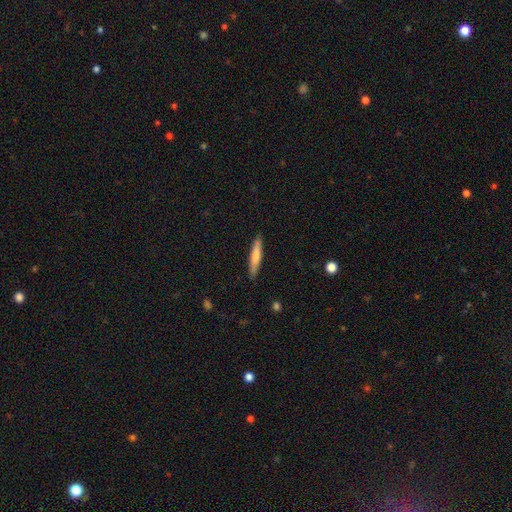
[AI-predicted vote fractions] smooth_or_featured: smooth (p=0.67) [alt: featured or disk p=0.27]
how_rounded: cigar-shaped (p=0.92) [alt: in between p=0.07]
merging: none (p=0.88) [alt: minor disturbance p=0.09]